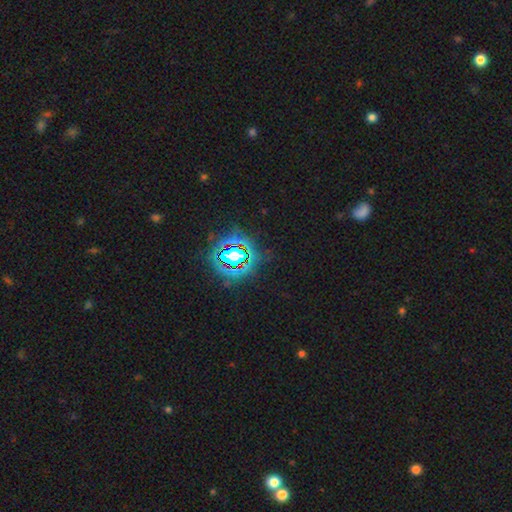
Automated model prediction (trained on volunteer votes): This is clearly a star or artifact rather than a galaxy (83%).